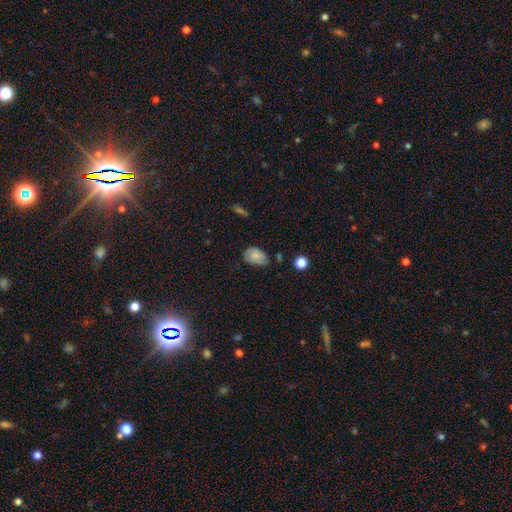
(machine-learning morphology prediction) Q: Smooth or featured?
A: smooth (75%); runner-up: featured or disk (16%)
Q: How rounded?
A: in between (82%); runner-up: round (17%)
Q: Merging?
A: none (48%); runner-up: minor disturbance (39%)